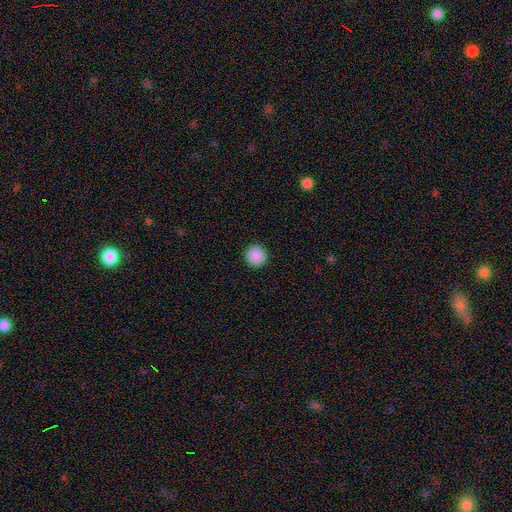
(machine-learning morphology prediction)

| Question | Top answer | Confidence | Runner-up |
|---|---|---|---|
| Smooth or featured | smooth | 90% | star or artifact (8%) |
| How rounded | round | 95% | in between (5%) |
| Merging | none | 93% | minor disturbance (4%) |